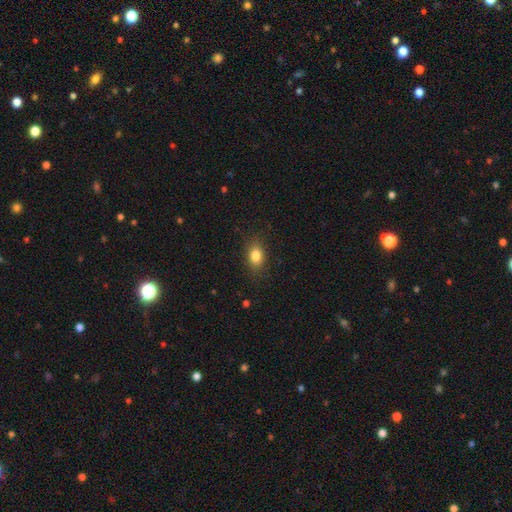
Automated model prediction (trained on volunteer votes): This is clearly a smooth galaxy (83%). How rounded: likely in between (78%). Merging: clearly none (84%).